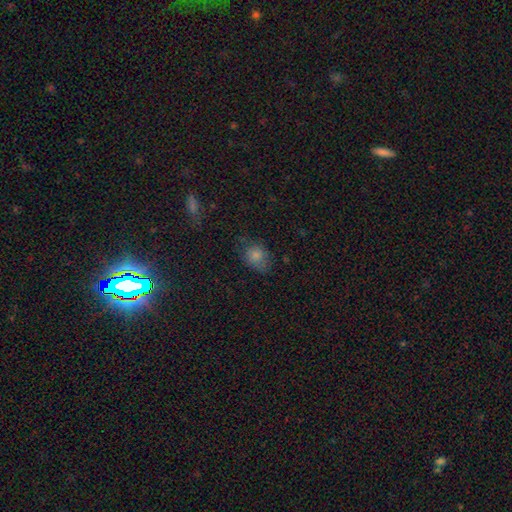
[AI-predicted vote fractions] The model was most divided on "how rounded": in between: 54%, round: 44%, cigar-shaped: 1%. More confident: smooth or featured — smooth (78%); merging — none (60%).